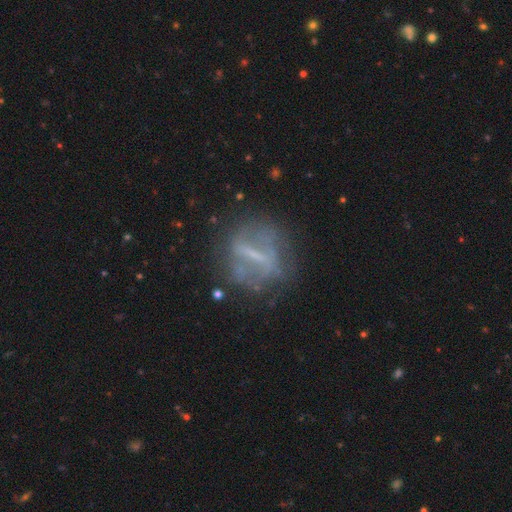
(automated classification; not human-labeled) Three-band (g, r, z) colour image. It shows a featured or disk galaxy (67%) with a strong bar (64%), no spiral arms (70%) and no central bulge (43%). Merging: none (68%).